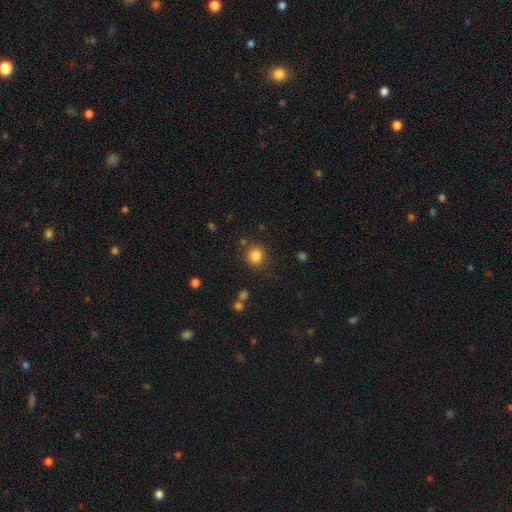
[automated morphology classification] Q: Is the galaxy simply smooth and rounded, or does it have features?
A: smooth — 83%.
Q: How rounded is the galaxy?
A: round — 91%.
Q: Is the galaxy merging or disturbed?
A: none — 85%.